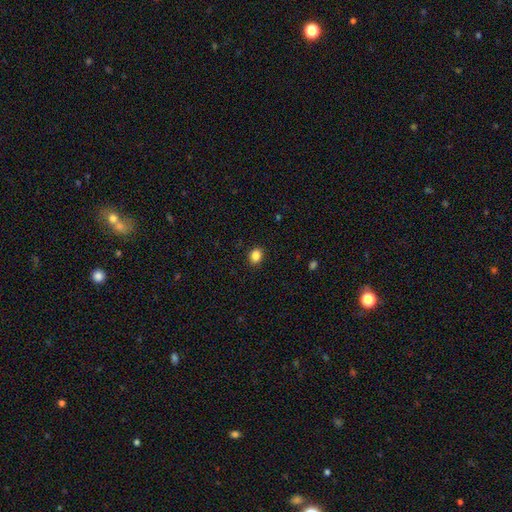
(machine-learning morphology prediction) This appears to be a smooth galaxy with no disk features (86%) that is round (51%). Merging: none (90%).